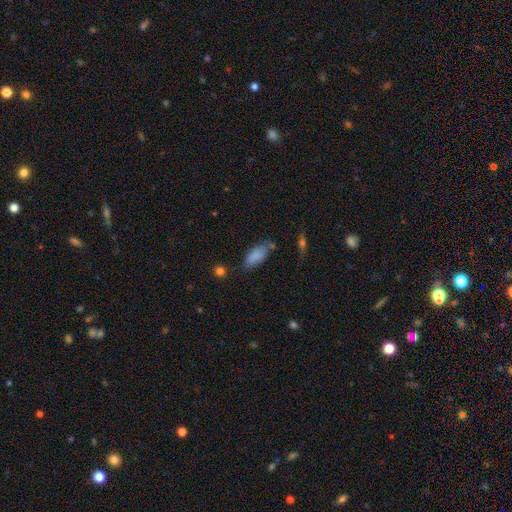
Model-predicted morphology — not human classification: Overall: smooth (83%). How rounded: in between (85%). Merging: none (60%; minor disturbance 25%).